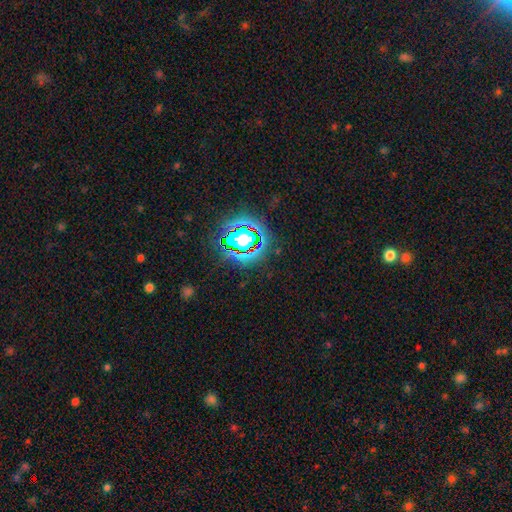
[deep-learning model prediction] Overall: star or artifact (82%).